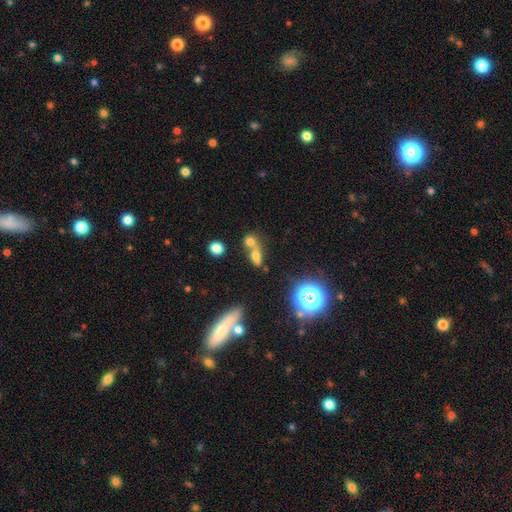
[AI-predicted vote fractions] smooth_or_featured: smooth (p=0.61) [alt: featured or disk p=0.21]
how_rounded: in between (p=0.52) [alt: round p=0.34]
merging: merger (p=0.55) [alt: none p=0.30]